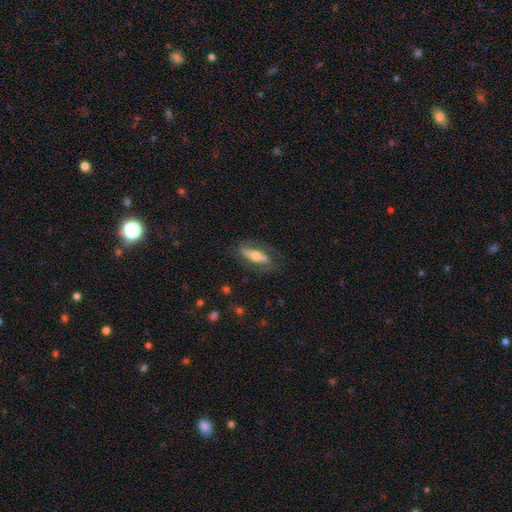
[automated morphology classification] Smooth or featured? featured or disk (50%)
Merging? none (68%)